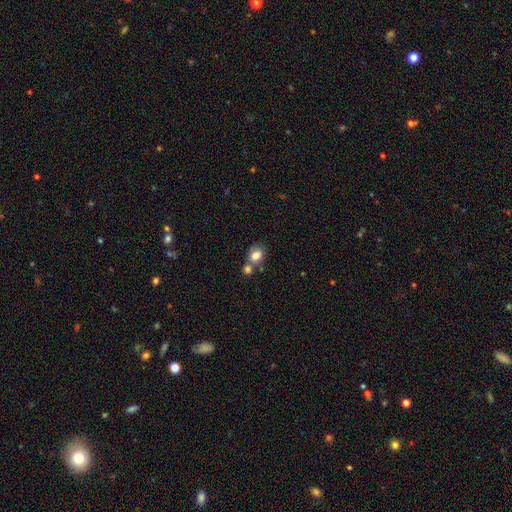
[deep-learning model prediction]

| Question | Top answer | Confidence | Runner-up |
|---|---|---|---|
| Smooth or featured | smooth | 81% | star or artifact (10%) |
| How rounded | round | 53% | in between (46%) |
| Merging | none | 49% | merger (36%) |